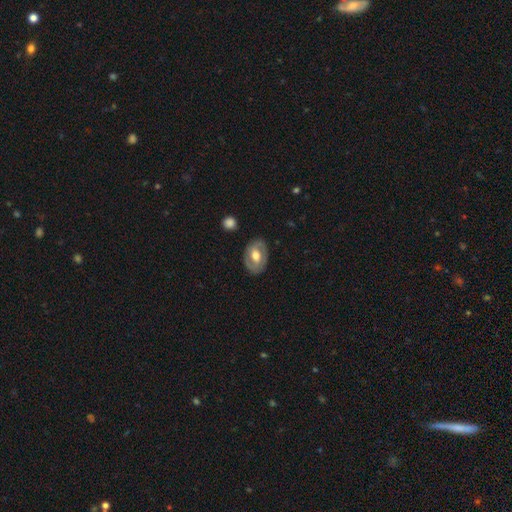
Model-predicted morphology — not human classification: A featured or disk galaxy (58%) with no bar (45%), spiral arms (56%) and a moderate central bulge (68%).

Vote fractions:
- Smooth or featured? featured or disk: 58% / smooth: 36% / star or artifact: 6%
- Edge-on disk? no: 94% / yes: 6%
- Bar? no: 45% / weak: 38% / strong: 16%
- Spiral arms? yes: 56% / no: 44%
- Bulge size? moderate: 68% / large: 22% / small: 7% / dominant: 1% / none: 1%
- Merging? none: 80% / minor disturbance: 14% / major disturbance: 4% / merger: 1%